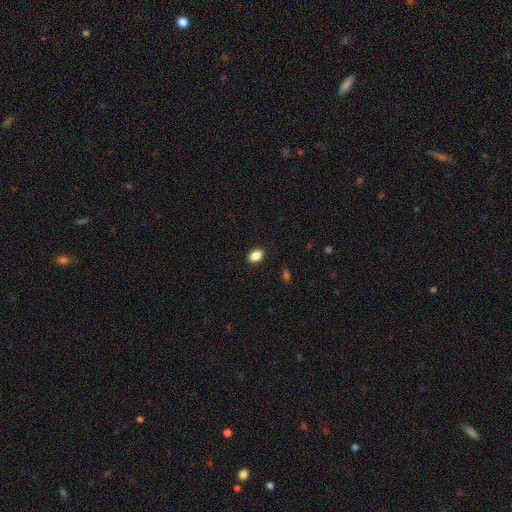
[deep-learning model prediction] Smooth or featured: smooth — 88% (star or artifact — 8%)
How rounded: in between — 83% (round — 16%)
Merging: none — 89% (minor disturbance — 8%)